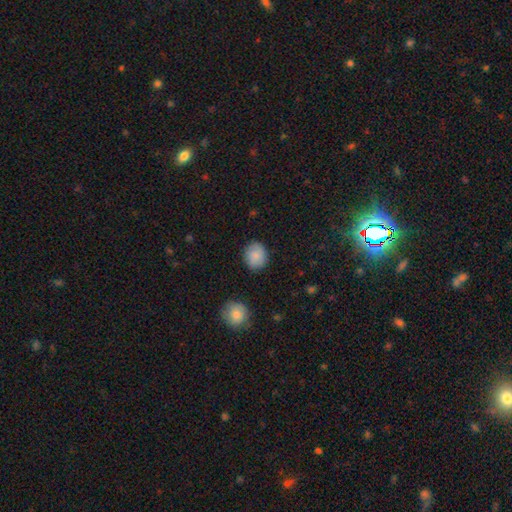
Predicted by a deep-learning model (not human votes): Morphology: type=smooth (86%); roundness=round (73%); merging=none (85%).